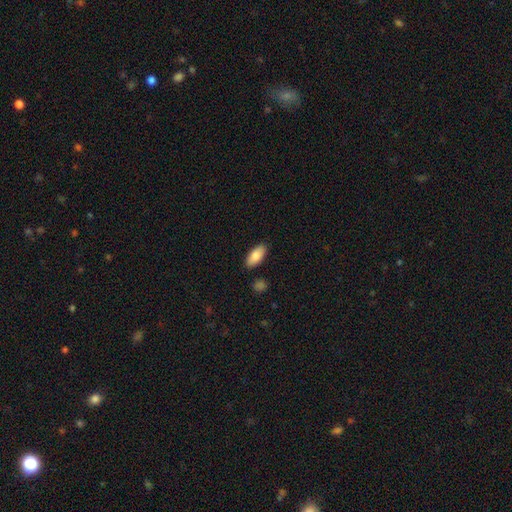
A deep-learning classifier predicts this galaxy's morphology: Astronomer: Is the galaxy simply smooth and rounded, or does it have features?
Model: smooth — 85%.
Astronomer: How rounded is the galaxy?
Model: in between — 87%.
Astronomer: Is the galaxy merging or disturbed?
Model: none — 87%.